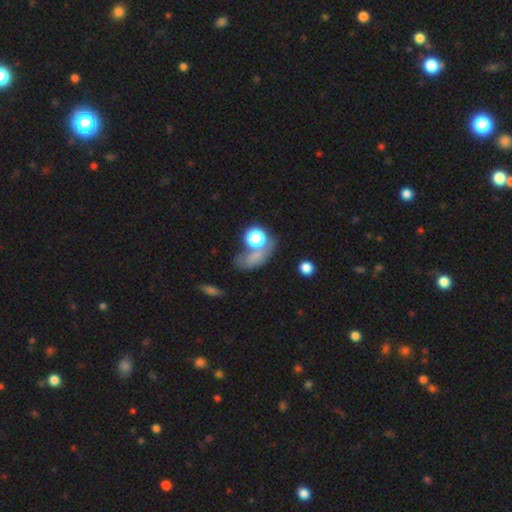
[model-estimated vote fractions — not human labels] A smooth galaxy with no disk features (57%) that is in between round and cigar-shaped (62%).

Vote fractions:
- Smooth or featured? smooth: 57% / star or artifact: 24% / featured or disk: 19%
- How rounded? in between: 62% / round: 33% / cigar-shaped: 4%
- Merging? none: 37% / merger: 23% / major disturbance: 22% / minor disturbance: 18%